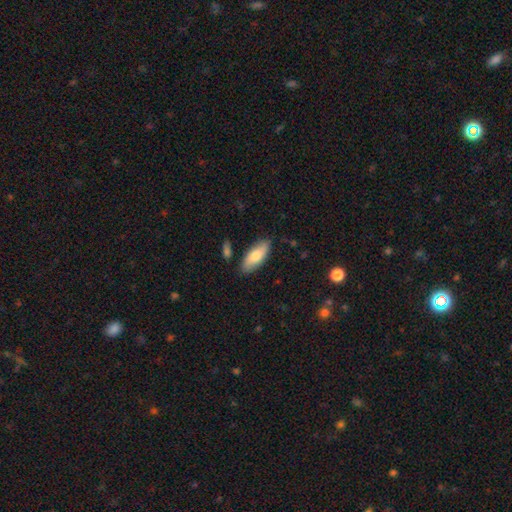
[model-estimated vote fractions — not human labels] Q: Smooth or featured?
A: smooth (77%); runner-up: featured or disk (18%)
Q: How rounded?
A: in between (80%); runner-up: cigar-shaped (18%)
Q: Merging?
A: none (82%); runner-up: minor disturbance (12%)